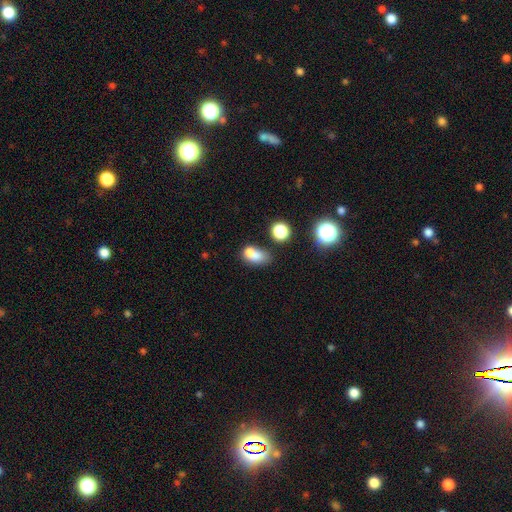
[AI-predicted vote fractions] A smooth galaxy with no disk features (69%) that is in between round and cigar-shaped (69%).

Vote fractions:
- Smooth or featured? smooth: 69% / featured or disk: 17% / star or artifact: 15%
- How rounded? in between: 69% / round: 27% / cigar-shaped: 3%
- Merging? merger: 41% / none: 29% / minor disturbance: 16% / major disturbance: 14%